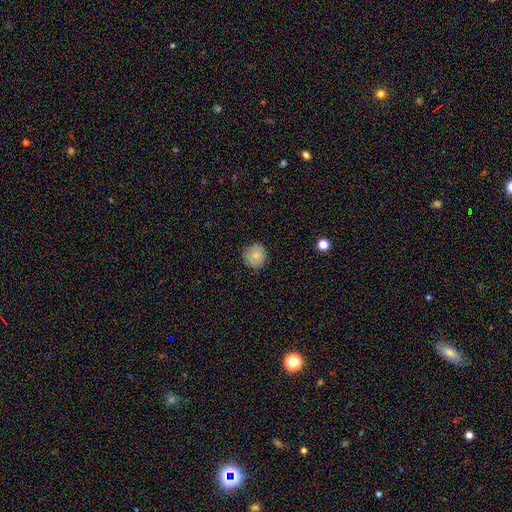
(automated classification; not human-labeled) Q: Smooth or featured?
A: smooth (81%); runner-up: featured or disk (10%)
Q: How rounded?
A: round (87%); runner-up: in between (12%)
Q: Merging?
A: none (83%); runner-up: minor disturbance (13%)